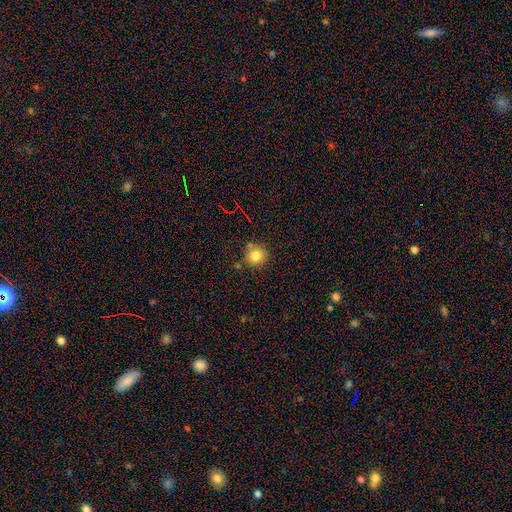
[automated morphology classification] Smooth or featured?
  - smooth: 81% *
  - star or artifact: 12%
  - featured or disk: 7%
How rounded?
  - round: 89% *
  - in between: 10%
  - cigar-shaped: 1%
Merging?
  - none: 76% *
  - minor disturbance: 13%
  - merger: 7%
  - major disturbance: 4%